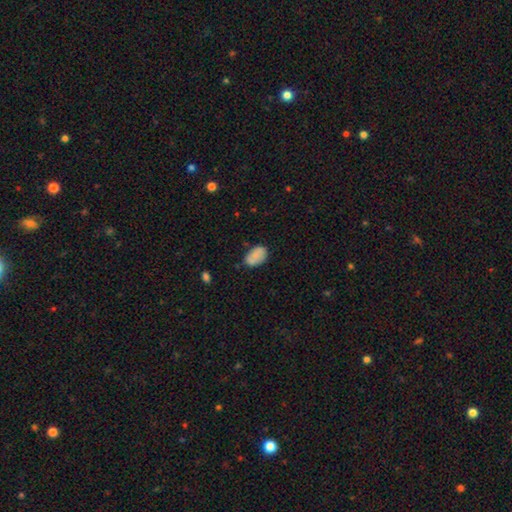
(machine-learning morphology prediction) Smooth or featured? Predicted: smooth (p=0.82). How rounded? Predicted: in between (p=0.89). Merging? Predicted: none (p=0.68).